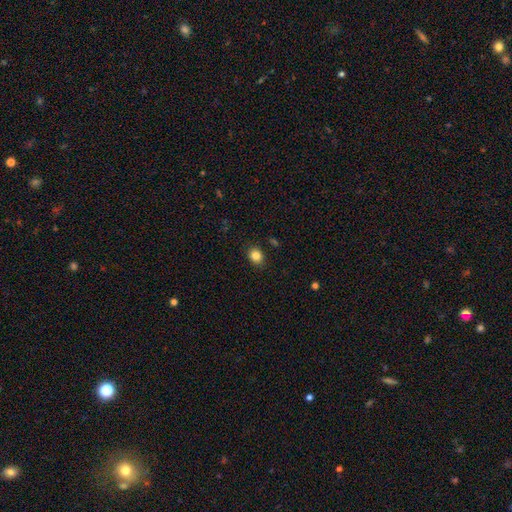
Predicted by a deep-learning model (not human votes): smooth-or-featured: smooth: 84% | star or artifact: 11% | featured or disk: 5%
  how-rounded: round: 56% | in between: 43% | cigar-shaped: 1%
  merging: none: 87% | minor disturbance: 9% | major disturbance: 2% | merger: 1%